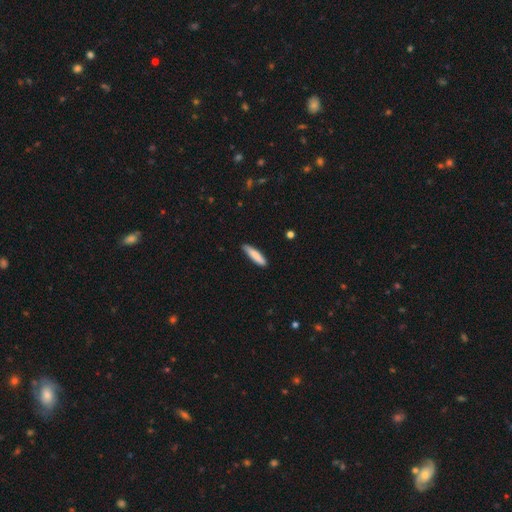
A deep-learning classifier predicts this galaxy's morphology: Overall: smooth (84%). How rounded: cigar-shaped (84%). Merging: none (86%).